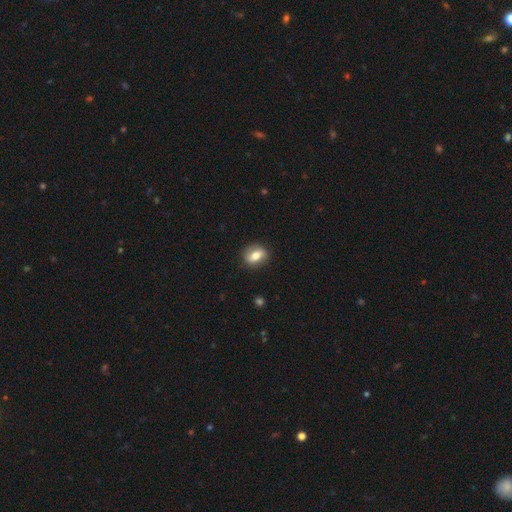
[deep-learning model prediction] Overall: smooth (69%). How rounded: in between (62%; round 34%). Merging: none (85%).